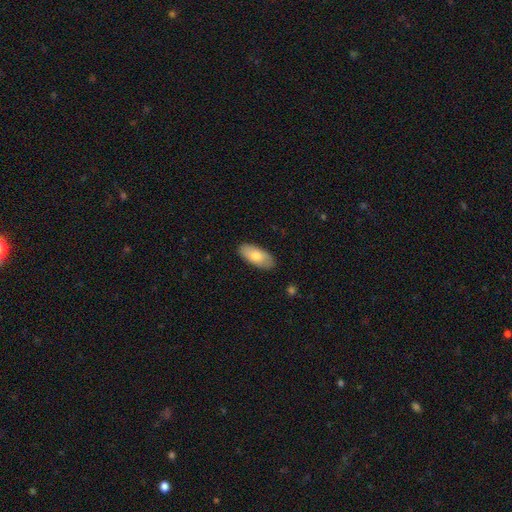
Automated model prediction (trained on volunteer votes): The model was most divided on "smooth or featured": smooth: 75%, featured or disk: 19%, star or artifact: 6%. More confident: how rounded — in between (90%); merging — none (88%).